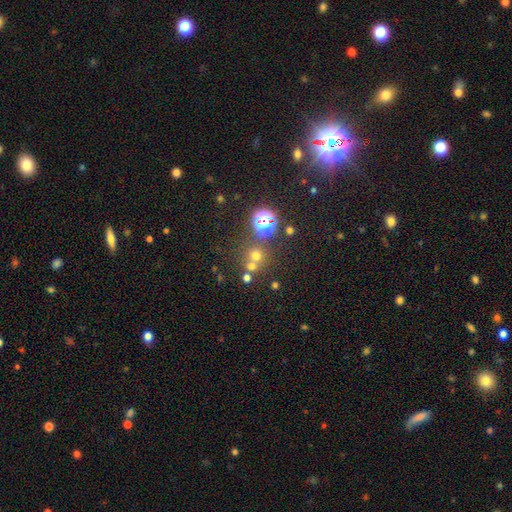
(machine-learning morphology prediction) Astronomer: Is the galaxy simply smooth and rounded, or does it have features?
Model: smooth — 56% (runner-up: star or artifact, 33%).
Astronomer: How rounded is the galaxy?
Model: round — 90%.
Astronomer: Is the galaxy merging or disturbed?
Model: none — 63%.